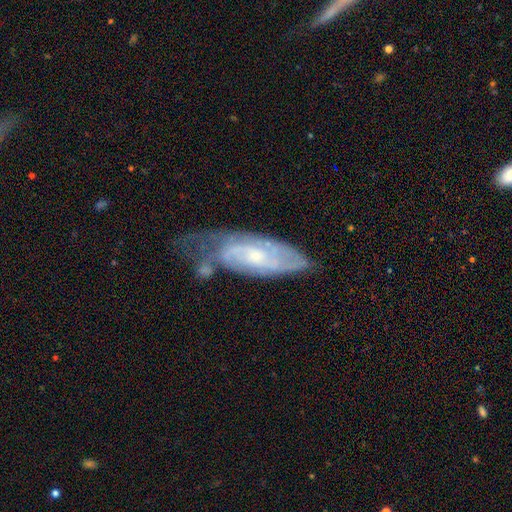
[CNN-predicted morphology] featured or disk 76%, smooth 18%, star or artifact 6%. Down the decision tree: edge-on disk — no (89%); bar — no (60%); spiral arms — yes (89%); spiral arm count — can't tell (43%); spiral winding — tight (55%); bulge size — small (57%); merging — none (35%).